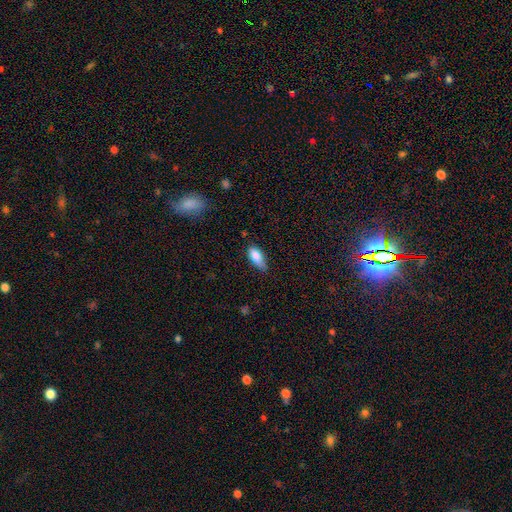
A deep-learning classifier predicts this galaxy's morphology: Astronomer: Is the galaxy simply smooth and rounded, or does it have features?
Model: smooth — 84%.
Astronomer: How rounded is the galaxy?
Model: in between — 85%.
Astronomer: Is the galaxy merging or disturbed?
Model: none — 48% (runner-up: minor disturbance, 41%).